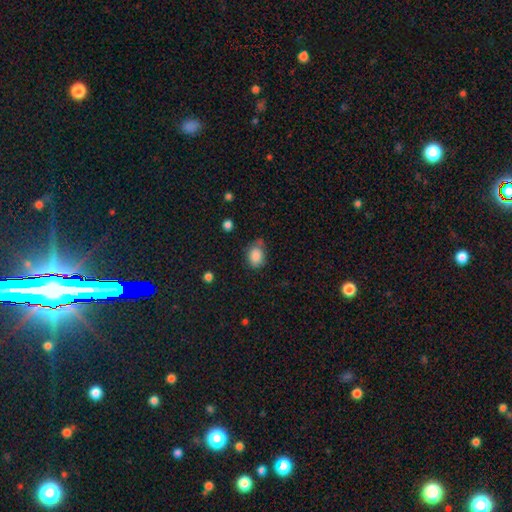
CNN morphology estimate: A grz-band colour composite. It shows a smooth galaxy with no disk features (85%) that is in between round and cigar-shaped (68%). Merging: none (61%).